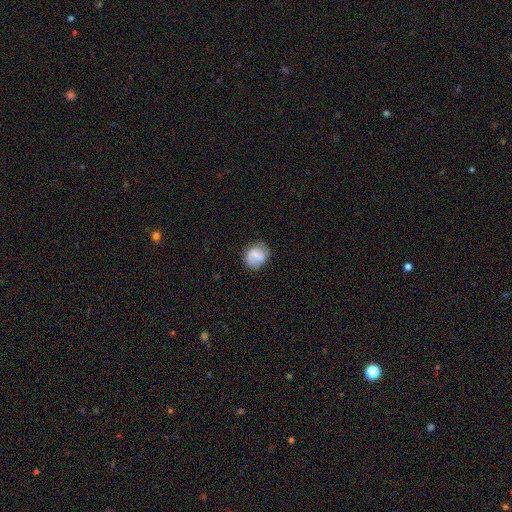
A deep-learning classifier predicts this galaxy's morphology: Smooth or featured? smooth (70%)
How rounded? round (69%)
Merging? none (75%)